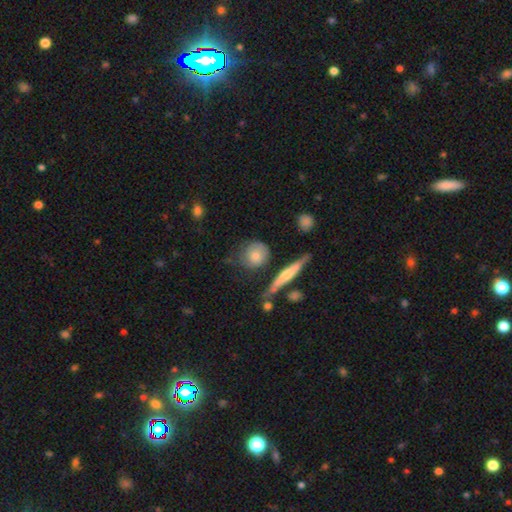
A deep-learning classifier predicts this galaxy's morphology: A smooth galaxy with no disk features (69%) that is round (77%).

Vote fractions:
- Smooth or featured? smooth: 69% / featured or disk: 24% / star or artifact: 7%
- How rounded? round: 77% / in between: 18% / cigar-shaped: 5%
- Merging? none: 58% / minor disturbance: 23% / major disturbance: 11% / merger: 9%